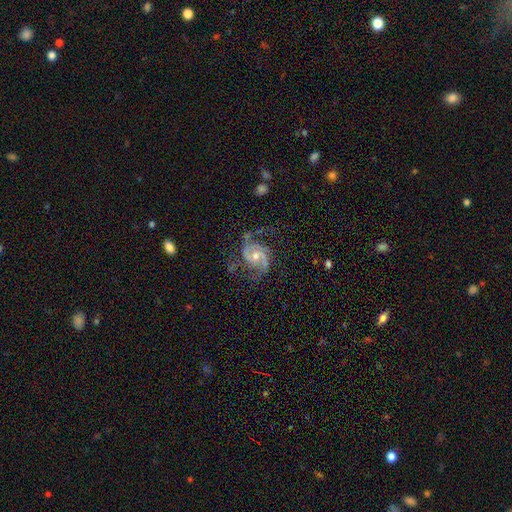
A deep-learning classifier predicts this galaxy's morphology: smooth_or_featured: featured or disk (p=0.90) [alt: star or artifact p=0.06]
disk_edge_on: no (p=0.98) [alt: yes p=0.02]
bar: no (p=0.56) [alt: weak p=0.34]
has_spiral_arms: yes (p=0.98) [alt: no p=0.02]
spiral_winding: medium (p=0.55) [alt: tight p=0.22]
spiral_arm_count: 2 (p=0.89) [alt: 3 p=0.03]
bulge_size: moderate (p=0.56) [alt: small p=0.40]
merging: none (p=0.68) [alt: minor disturbance p=0.19]